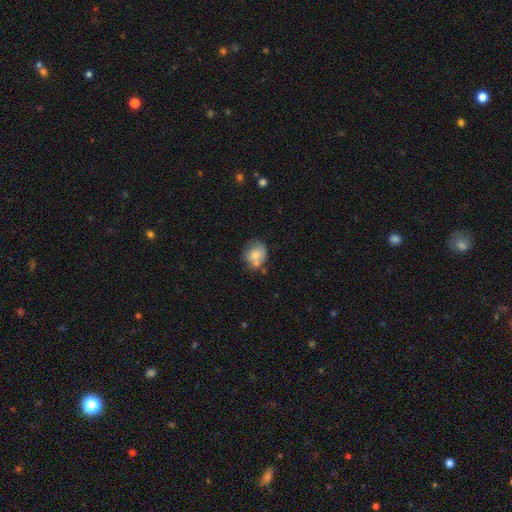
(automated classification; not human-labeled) Q: Smooth or featured?
A: smooth (74%); runner-up: featured or disk (17%)
Q: How rounded?
A: round (67%); runner-up: in between (32%)
Q: Merging?
A: none (51%); runner-up: merger (22%)